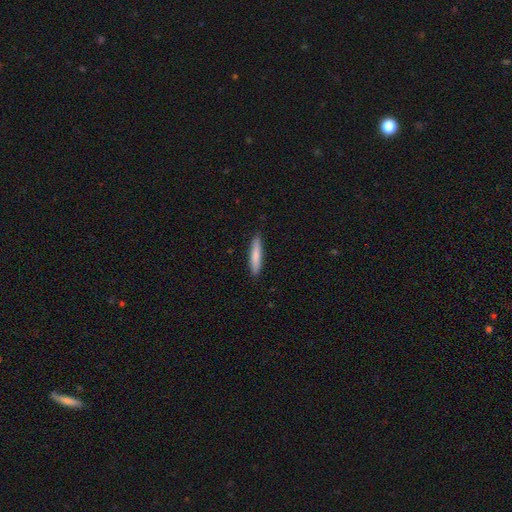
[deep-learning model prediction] A smooth galaxy with no disk features (80%) that is cigar-shaped (88%).

Vote fractions:
- Smooth or featured? smooth: 80% / featured or disk: 15% / star or artifact: 5%
- How rounded? cigar-shaped: 88% / in between: 11% / round: 1%
- Merging? none: 89% / minor disturbance: 8% / major disturbance: 2% / merger: 1%